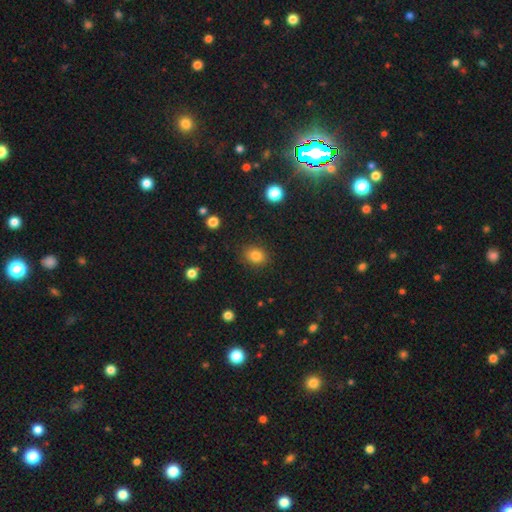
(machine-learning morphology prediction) This is clearly a smooth galaxy (82%). How rounded: possibly round (57%). Merging: clearly none (86%).